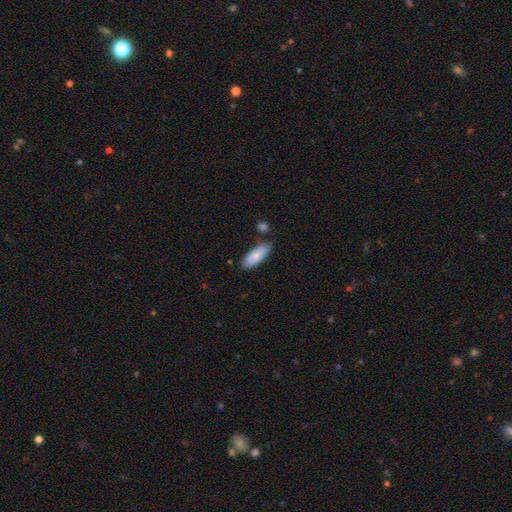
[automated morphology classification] Overall: smooth (84%). How rounded: in between (75%). Merging: none (78%).